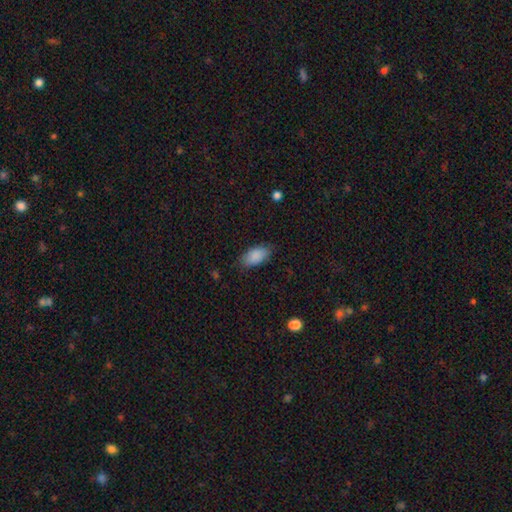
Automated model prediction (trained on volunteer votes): This appears to be a smooth galaxy with no disk features (88%) that is in between round and cigar-shaped (93%). Merging: none (80%).